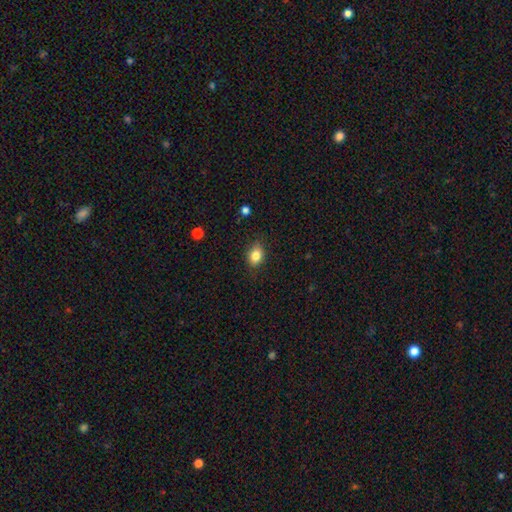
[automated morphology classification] type=smooth (84%); roundness=in between (68%); merging=none (81%).